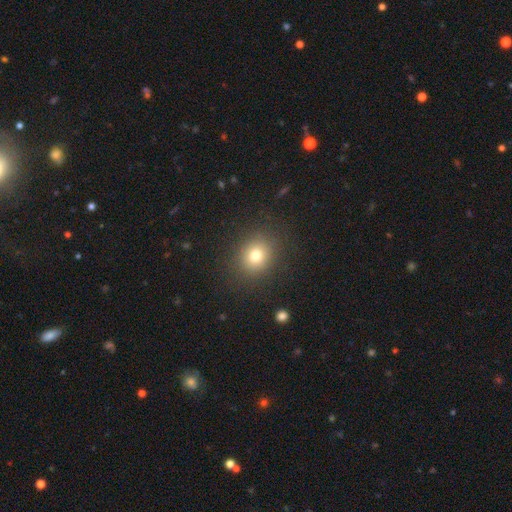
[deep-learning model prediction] This is likely a smooth galaxy (78%). How rounded: likely round (67%). Merging: clearly none (87%).